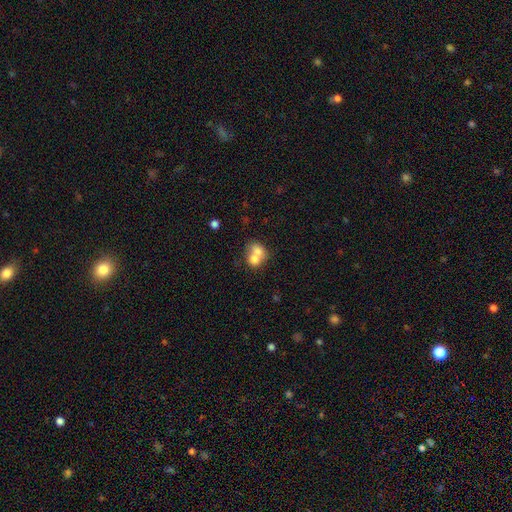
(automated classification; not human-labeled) The model was most divided on "how rounded": round: 56%, in between: 43%, cigar-shaped: 1%. More confident: merging — merger (71%); smooth or featured — smooth (69%).